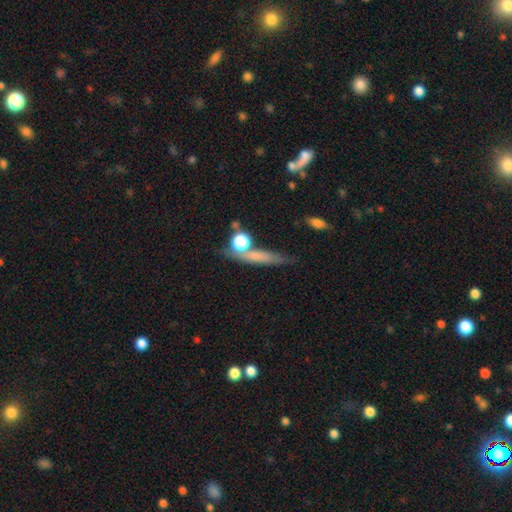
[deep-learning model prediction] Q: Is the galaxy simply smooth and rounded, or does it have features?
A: smooth — 54%.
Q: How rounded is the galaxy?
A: cigar-shaped — 70%.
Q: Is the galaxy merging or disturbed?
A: none — 66%.